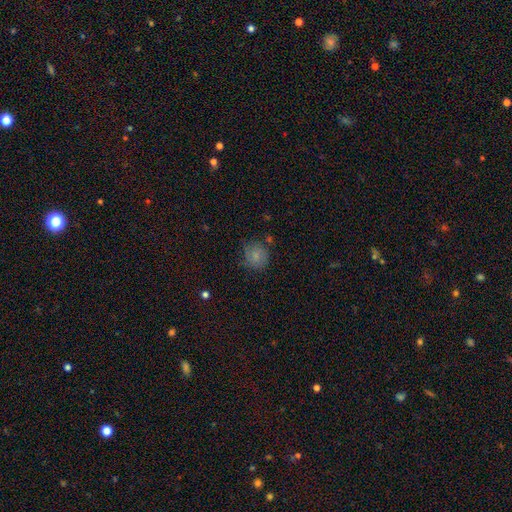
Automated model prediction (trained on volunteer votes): smooth 76%, featured or disk 14%, star or artifact 10%. Down the decision tree: how rounded — round (83%); merging — none (66%).